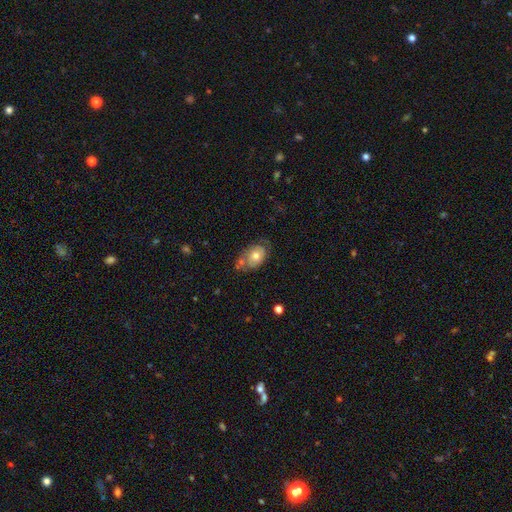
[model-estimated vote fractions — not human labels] This is possibly a smooth galaxy (49%). Merging: possibly none (45%).